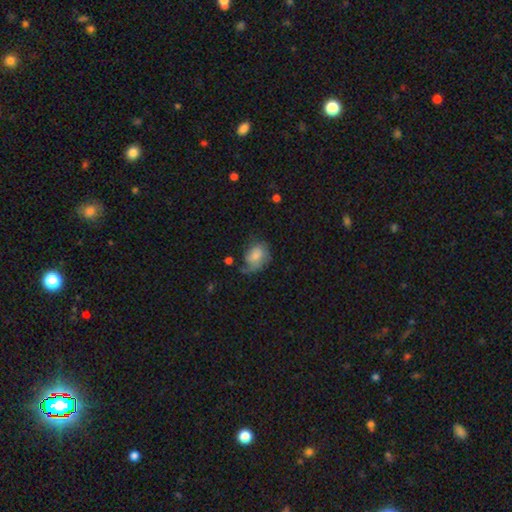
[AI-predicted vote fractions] Morphology: type=smooth (61%); roundness=in between (66%); merging=none (37%).